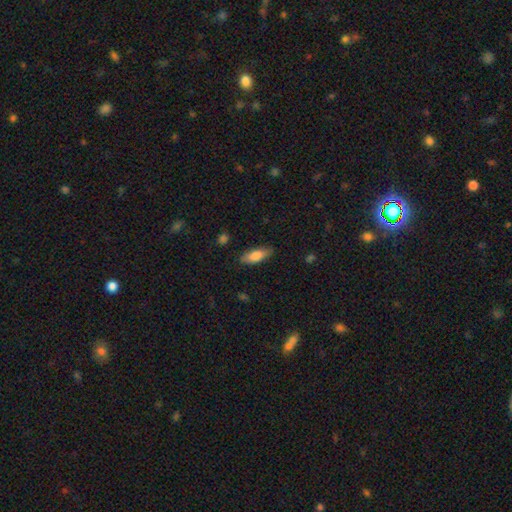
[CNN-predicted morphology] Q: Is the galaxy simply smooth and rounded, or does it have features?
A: smooth — 80%.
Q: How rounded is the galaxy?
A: in between — 67%.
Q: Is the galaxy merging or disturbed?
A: none — 83%.